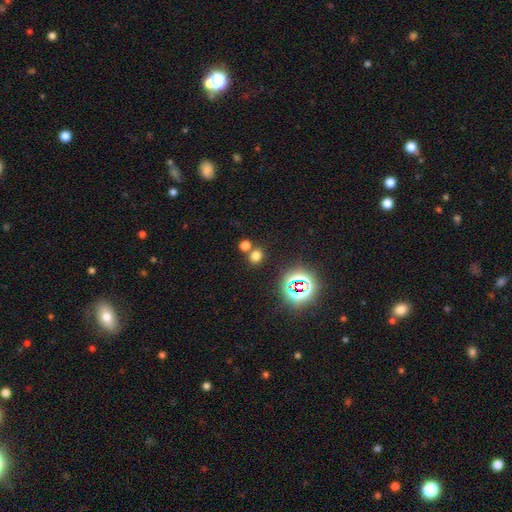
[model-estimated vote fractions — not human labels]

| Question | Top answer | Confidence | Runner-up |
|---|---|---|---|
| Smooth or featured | smooth | 66% | star or artifact (27%) |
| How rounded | round | 64% | in between (35%) |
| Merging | none | 68% | merger (21%) |